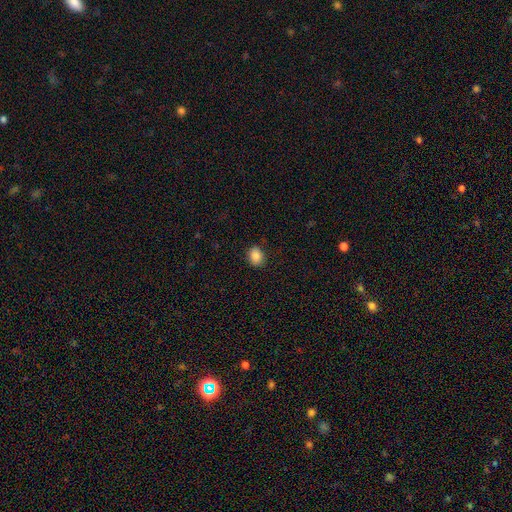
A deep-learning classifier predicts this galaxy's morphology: A smooth galaxy with no disk features (86%) that is in between round and cigar-shaped (55%). Merging: none (88%).